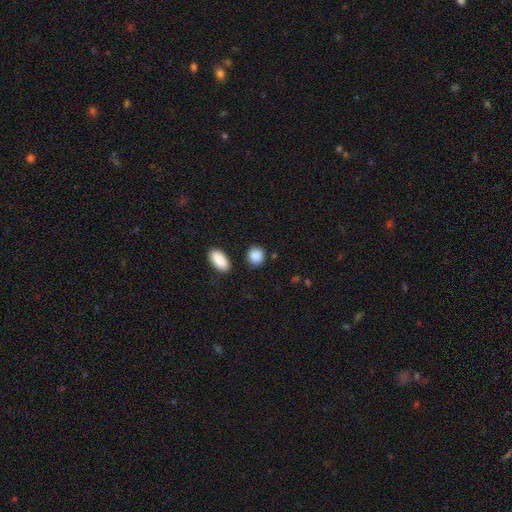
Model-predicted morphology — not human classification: Q: Smooth or featured?
A: smooth (89%); runner-up: star or artifact (7%)
Q: How rounded?
A: round (73%); runner-up: in between (25%)
Q: Merging?
A: none (83%); runner-up: minor disturbance (9%)